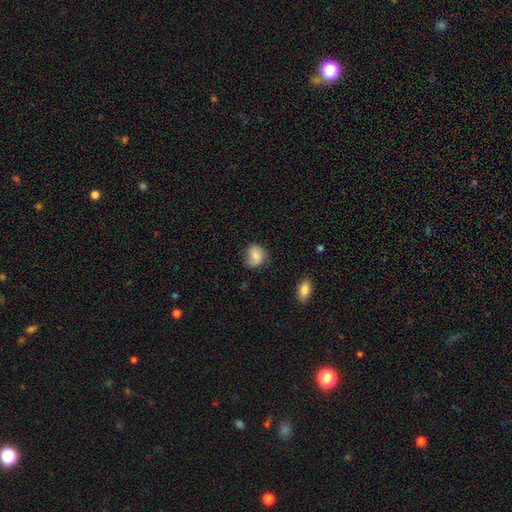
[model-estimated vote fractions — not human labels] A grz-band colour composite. It shows a smooth galaxy with no disk features (71%) that is round (59%). Merging: none (60%).